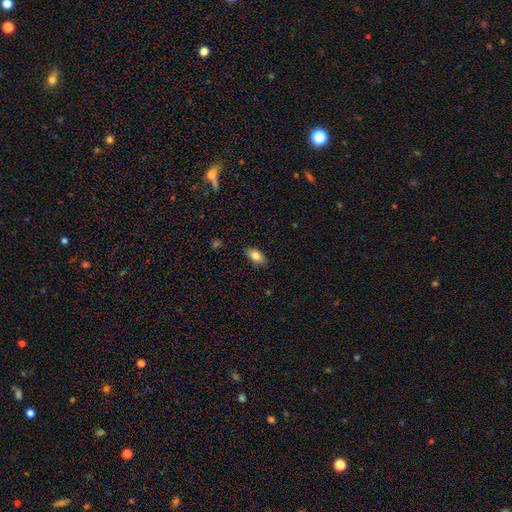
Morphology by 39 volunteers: This appears to be a smooth galaxy with no disk features (85%) that is in between round and cigar-shaped (88%). Merging: none (76%).